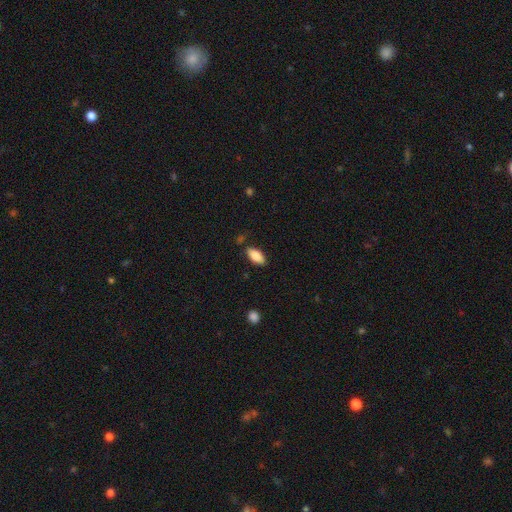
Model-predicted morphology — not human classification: This is clearly a smooth galaxy (85%). How rounded: clearly in between (90%). Merging: clearly none (81%).